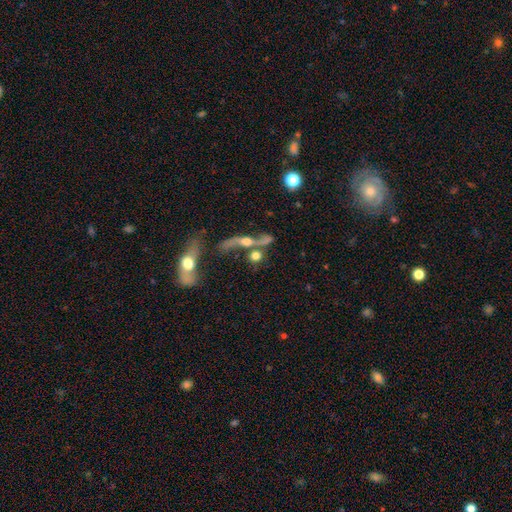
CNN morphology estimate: smooth_or_featured: smooth (p=0.44) [alt: featured or disk p=0.43]
merging: merger (p=0.43) [alt: none p=0.35]